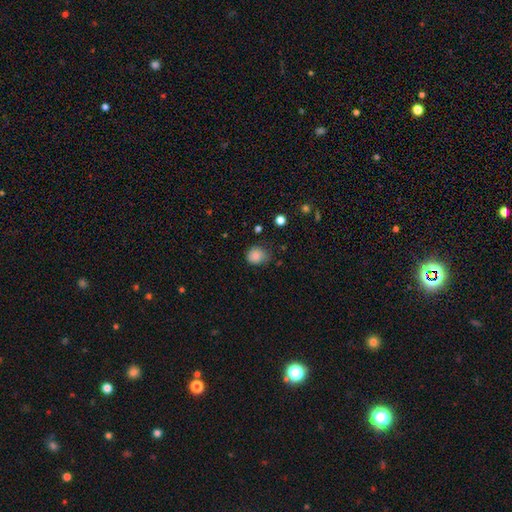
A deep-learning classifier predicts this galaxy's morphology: This appears to be a smooth galaxy with no disk features (83%) that is round (77%). Merging: none (66%).